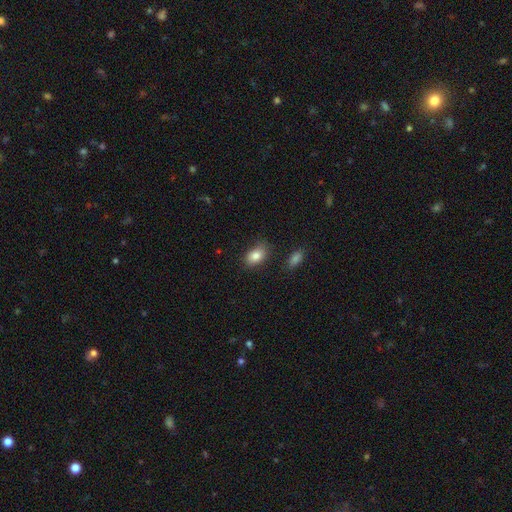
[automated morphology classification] type=smooth (84%); roundness=in between (86%); merging=none (75%).